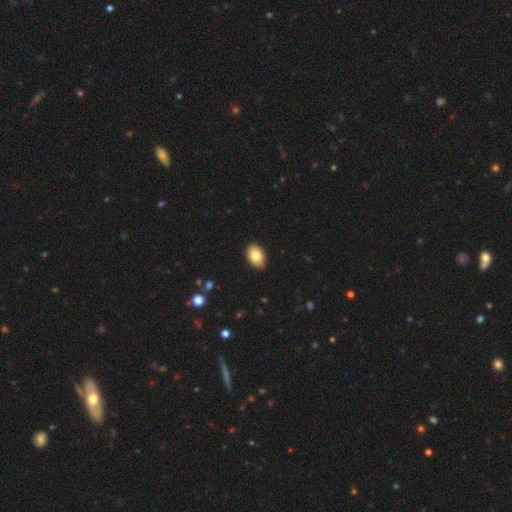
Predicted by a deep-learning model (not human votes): A smooth galaxy with no disk features (79%) that is in between round and cigar-shaped (87%). Merging: none (84%).